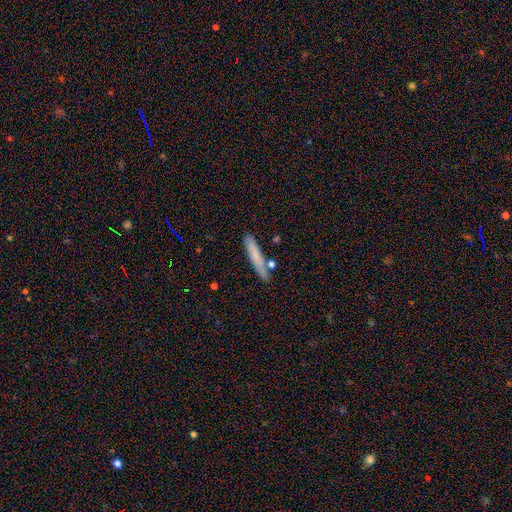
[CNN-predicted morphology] smooth 73%, featured or disk 19%, star or artifact 7%. Down the decision tree: how rounded — cigar-shaped (92%); merging — none (81%).